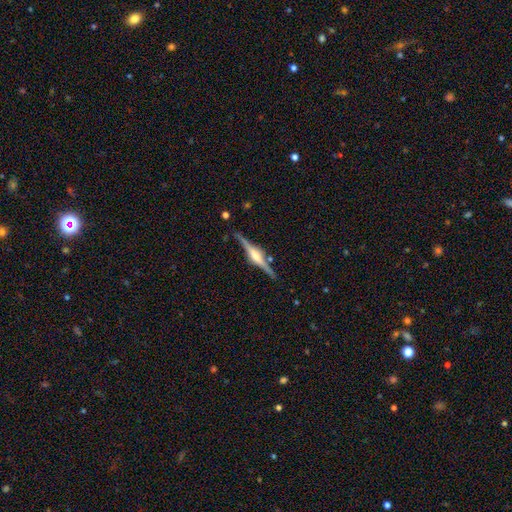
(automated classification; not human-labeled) Overall: featured or disk (84%). Edge-on disk: yes (98%). Edge-on bulge: rounded (83%). Merging: none (87%).